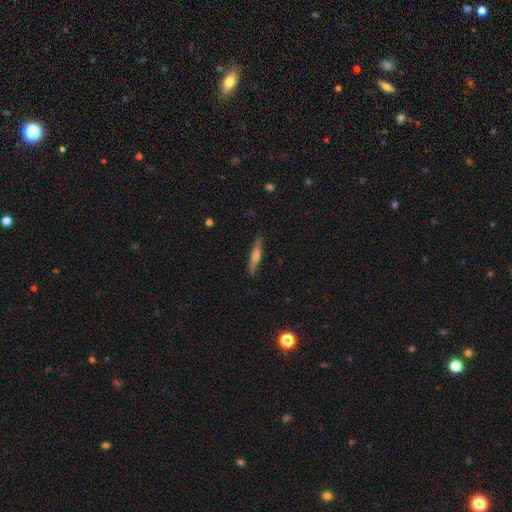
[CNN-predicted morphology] The model was most divided on "smooth or featured": featured or disk: 52%, smooth: 41%, star or artifact: 6%. More confident: edge-on disk — yes (96%); merging — none (88%); edge-on bulge — rounded (83%).